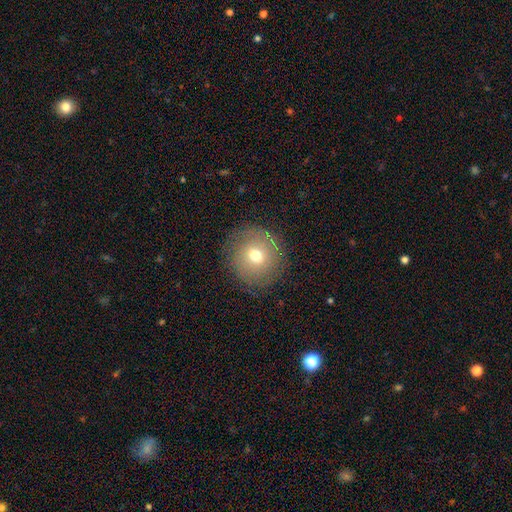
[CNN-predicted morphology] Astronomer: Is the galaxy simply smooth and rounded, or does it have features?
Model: smooth — 64%.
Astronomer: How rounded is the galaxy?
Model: round — 91%.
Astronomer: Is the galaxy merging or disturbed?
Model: none — 84%.